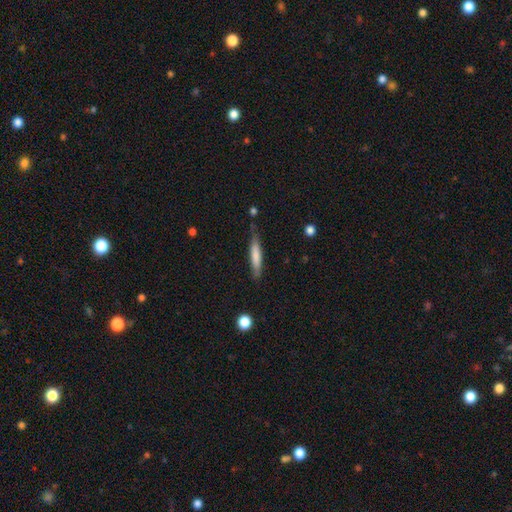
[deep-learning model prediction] smooth_or_featured: smooth (p=0.72) [alt: featured or disk p=0.23]
how_rounded: cigar-shaped (p=0.88) [alt: in between p=0.11]
merging: none (p=0.70) [alt: minor disturbance p=0.22]